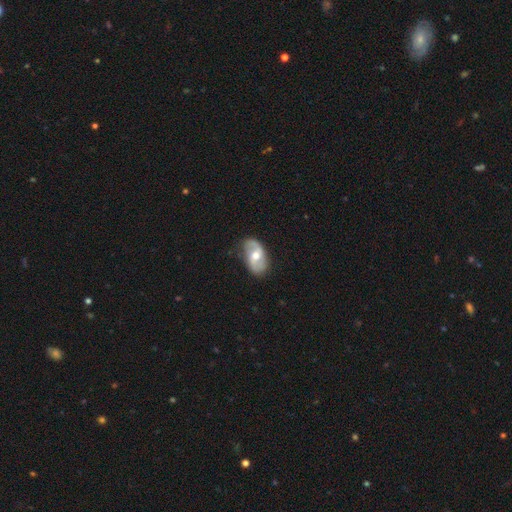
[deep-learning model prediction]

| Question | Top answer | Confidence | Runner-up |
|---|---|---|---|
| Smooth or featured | featured or disk | 71% | smooth (24%) |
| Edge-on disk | no | 95% | yes (5%) |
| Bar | weak | 45% | no (42%) |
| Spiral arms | yes | 86% | no (14%) |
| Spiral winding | loose | 48% | medium (37%) |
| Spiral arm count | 2 | 86% | can't tell (7%) |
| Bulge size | moderate | 72% | small (20%) |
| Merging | none | 75% | minor disturbance (19%) |